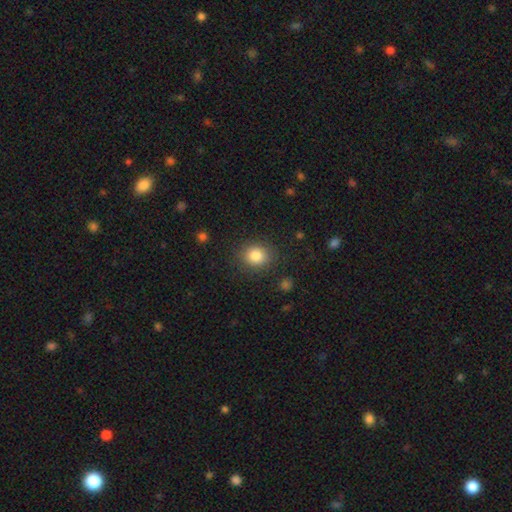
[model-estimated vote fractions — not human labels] Overall: smooth (84%). How rounded: round (72%). Merging: none (86%).